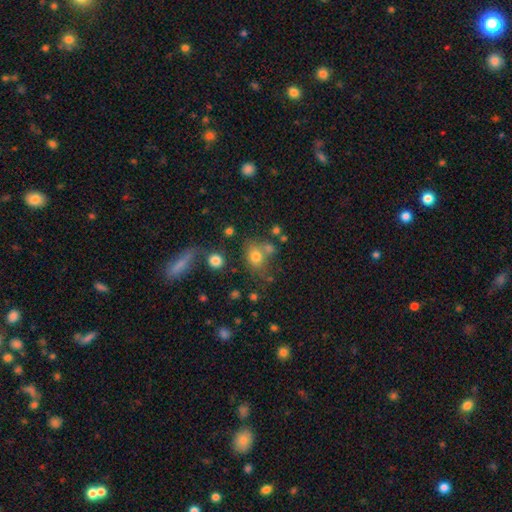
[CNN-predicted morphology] This is likely a smooth galaxy (74%). How rounded: possibly round (53%). Merging: possibly none (55%).